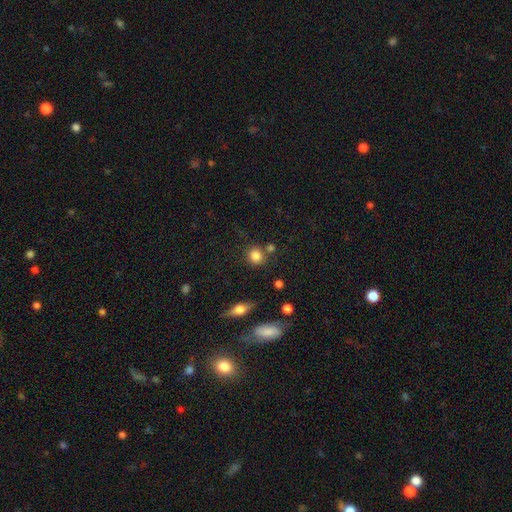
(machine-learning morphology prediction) smooth-or-featured: smooth: 83% | star or artifact: 11% | featured or disk: 6%
  how-rounded: round: 78% | in between: 20% | cigar-shaped: 2%
  merging: none: 73% | minor disturbance: 12% | merger: 11% | major disturbance: 4%